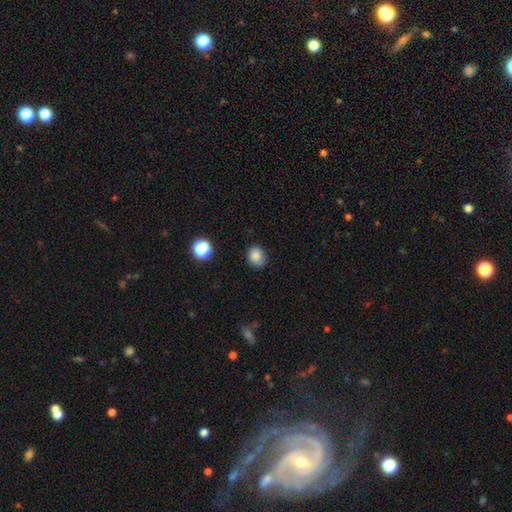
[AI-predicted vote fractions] A smooth galaxy with no disk features (82%) that is round (58%).

Vote fractions:
- Smooth or featured? smooth: 82% / star or artifact: 11% / featured or disk: 7%
- How rounded? round: 58% / in between: 42% / cigar-shaped: 1%
- Merging? none: 75% / minor disturbance: 19% / major disturbance: 4% / merger: 2%